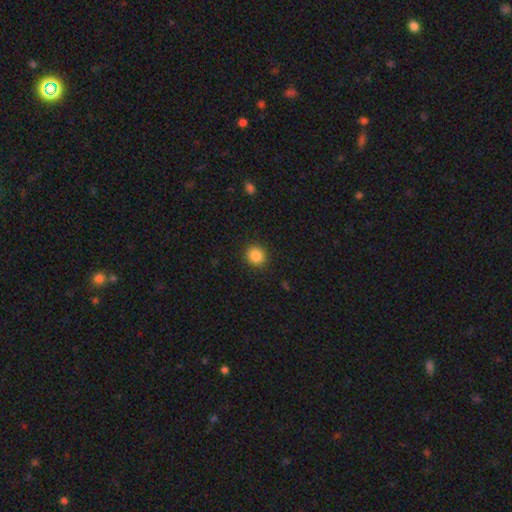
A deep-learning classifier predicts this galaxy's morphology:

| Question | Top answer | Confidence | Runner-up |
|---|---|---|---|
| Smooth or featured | smooth | 86% | star or artifact (10%) |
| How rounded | round | 85% | in between (14%) |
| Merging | none | 91% | minor disturbance (6%) |